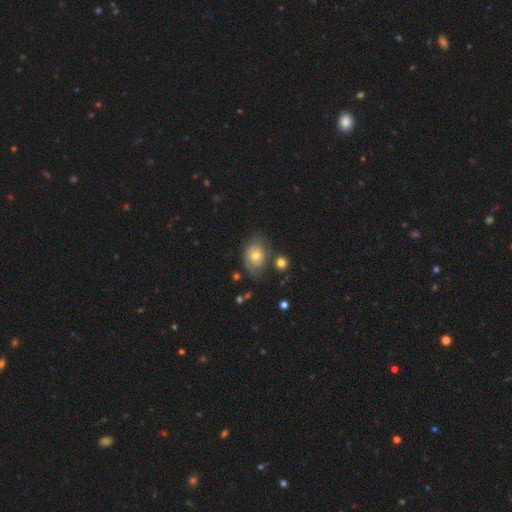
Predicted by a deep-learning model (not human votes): Overall: smooth (54%; featured or disk 37%). How rounded: in between (69%; round 30%). Merging: none (58%; minor disturbance 25%).